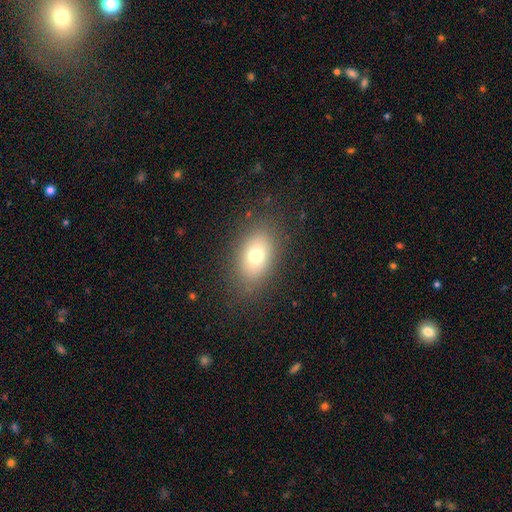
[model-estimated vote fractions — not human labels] Morphology: type=smooth (73%); roundness=in between (82%); merging=none (84%).